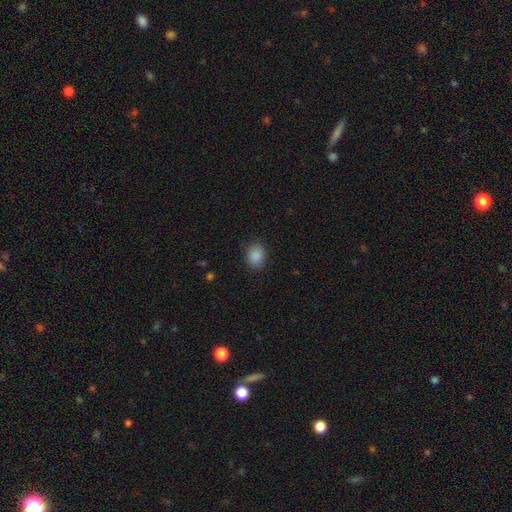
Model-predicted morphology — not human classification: A smooth galaxy with no disk features (88%) that is round (50%).

Vote fractions:
- Smooth or featured? smooth: 88% / star or artifact: 9% / featured or disk: 3%
- How rounded? round: 50% / in between: 49% / cigar-shaped: 1%
- Merging? none: 87% / minor disturbance: 9% / major disturbance: 3% / merger: 1%